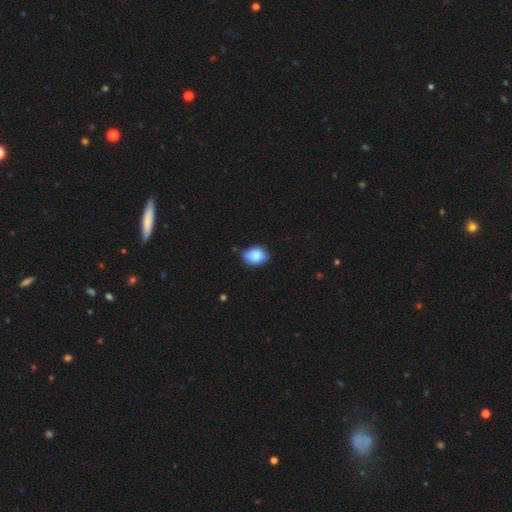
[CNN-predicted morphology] smooth 82%, featured or disk 9%, star or artifact 9%. Down the decision tree: how rounded — in between (63%); merging — none (64%).